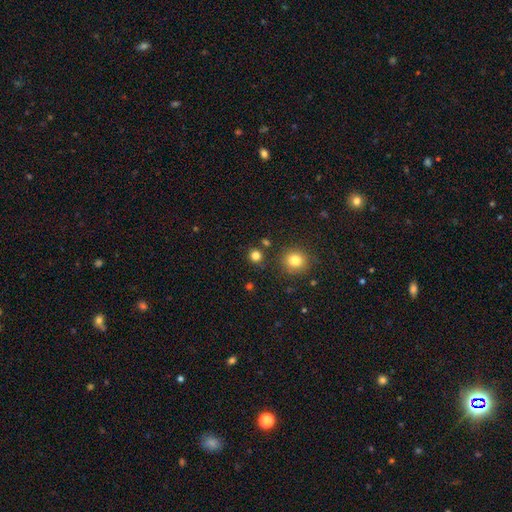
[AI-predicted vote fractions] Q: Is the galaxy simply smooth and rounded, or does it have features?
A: smooth — 80%.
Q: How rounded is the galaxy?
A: round — 90%.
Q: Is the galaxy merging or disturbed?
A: none — 85%.